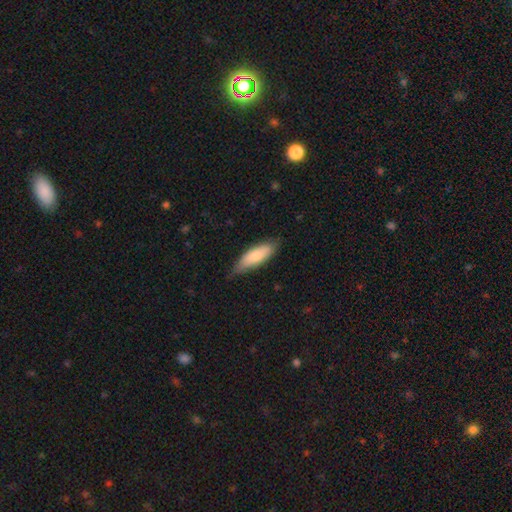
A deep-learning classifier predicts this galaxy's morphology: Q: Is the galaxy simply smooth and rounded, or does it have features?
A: smooth — 76%.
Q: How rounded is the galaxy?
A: in between — 62%.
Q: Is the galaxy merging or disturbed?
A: none — 67%.